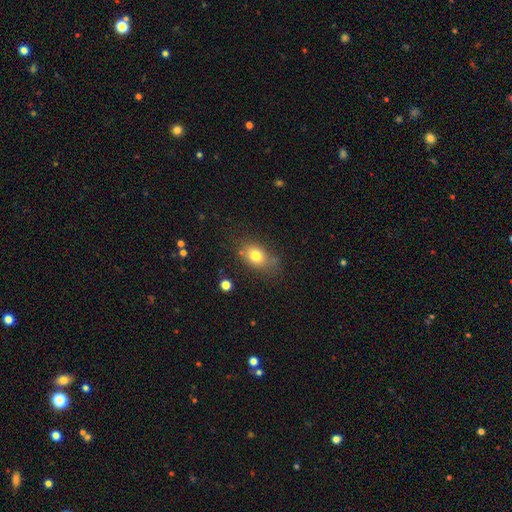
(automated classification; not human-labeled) Smooth or featured?
  - smooth: 78% *
  - featured or disk: 12%
  - star or artifact: 10%
How rounded?
  - in between: 73% *
  - round: 26%
  - cigar-shaped: 2%
Merging?
  - none: 65% *
  - minor disturbance: 23%
  - major disturbance: 8%
  - merger: 4%